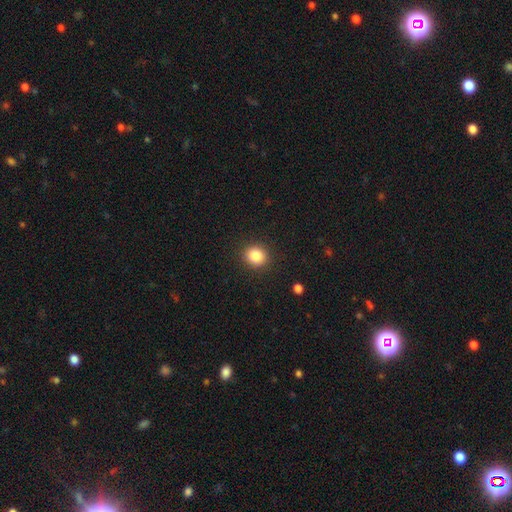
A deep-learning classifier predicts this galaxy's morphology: A smooth galaxy with no disk features (86%) that is round (77%).

Vote fractions:
- Smooth or featured? smooth: 86% / star or artifact: 10% / featured or disk: 5%
- How rounded? round: 77% / in between: 22% / cigar-shaped: 1%
- Merging? none: 89% / minor disturbance: 7% / major disturbance: 2% / merger: 1%